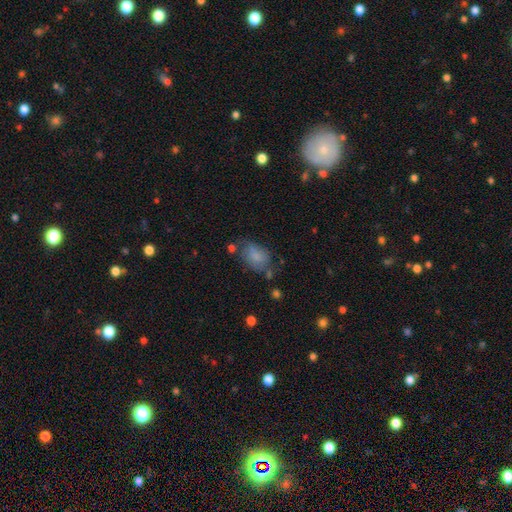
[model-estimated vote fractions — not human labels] smooth-or-featured: smooth: 77% | featured or disk: 14% | star or artifact: 9%
  how-rounded: in between: 80% | round: 18% | cigar-shaped: 2%
  merging: none: 52% | minor disturbance: 29% | major disturbance: 12% | merger: 7%